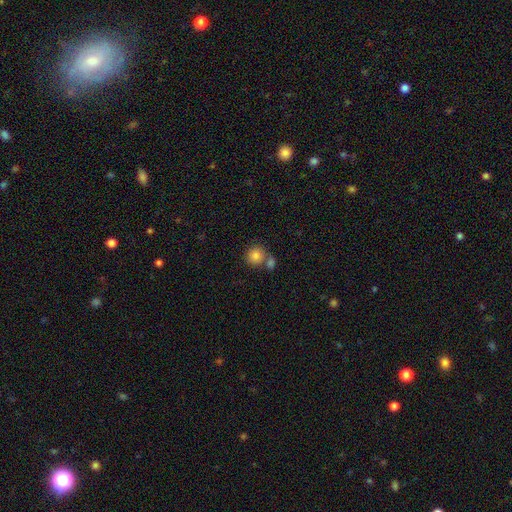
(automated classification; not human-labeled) This is clearly a smooth galaxy (82%). How rounded: clearly round (89%). Merging: possibly none (57%).